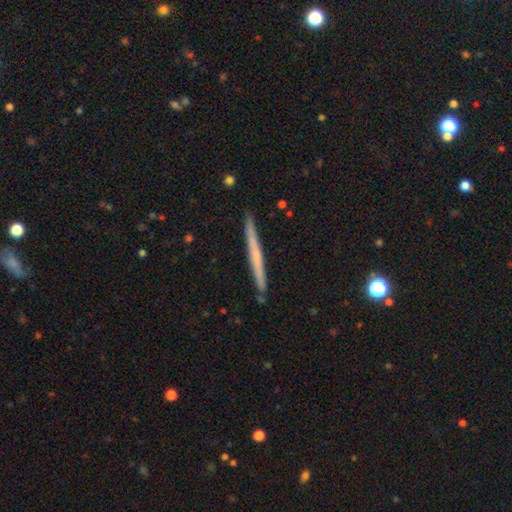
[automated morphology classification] Smooth or featured? Predicted: featured or disk (p=0.48). Merging? Predicted: none (p=0.91).